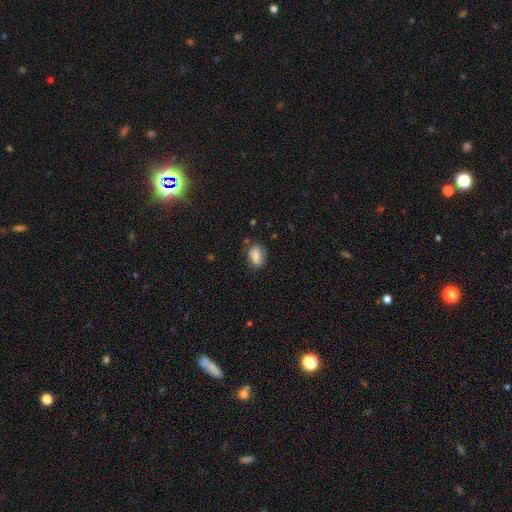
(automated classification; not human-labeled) smooth_or_featured: smooth (p=0.82) [alt: featured or disk p=0.09]
how_rounded: in between (p=0.83) [alt: round p=0.13]
merging: none (p=0.69) [alt: minor disturbance p=0.21]